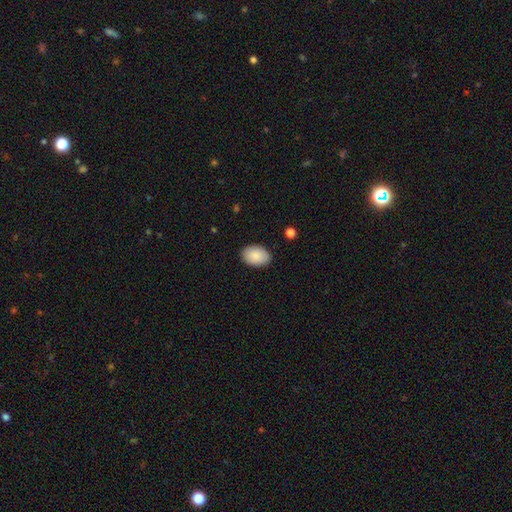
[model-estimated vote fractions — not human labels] Smooth or featured? smooth (89%)
How rounded? in between (88%)
Merging? none (88%)